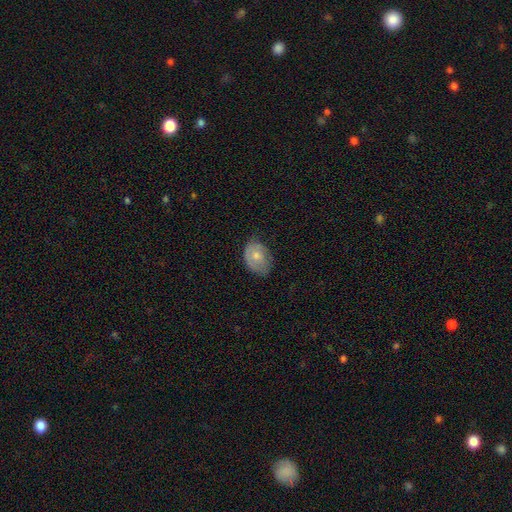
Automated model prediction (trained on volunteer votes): A smooth galaxy with no disk features (64%) that is in between round and cigar-shaped (68%). Merging: none (55%).